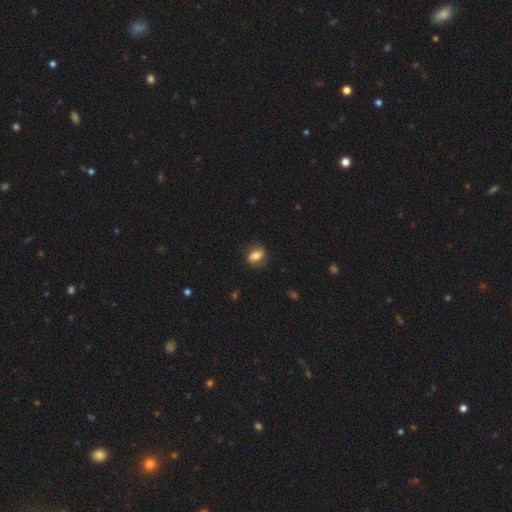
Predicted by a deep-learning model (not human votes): Q: Smooth or featured?
A: smooth (75%); runner-up: featured or disk (17%)
Q: How rounded?
A: in between (76%); runner-up: round (20%)
Q: Merging?
A: none (77%); runner-up: minor disturbance (17%)